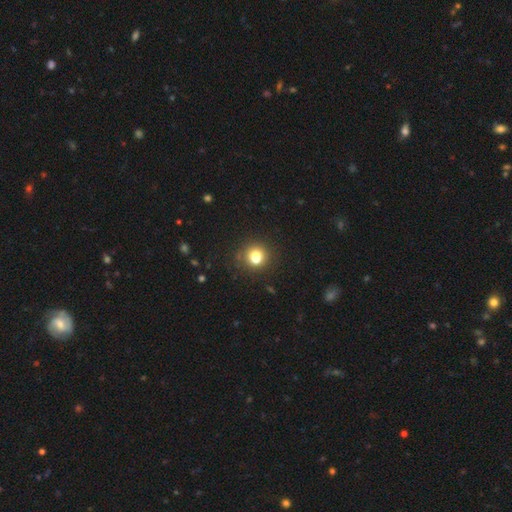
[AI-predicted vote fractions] smooth_or_featured: smooth (p=0.77) [alt: star or artifact p=0.14]
how_rounded: round (p=0.83) [alt: in between p=0.16]
merging: none (p=0.77) [alt: minor disturbance p=0.12]